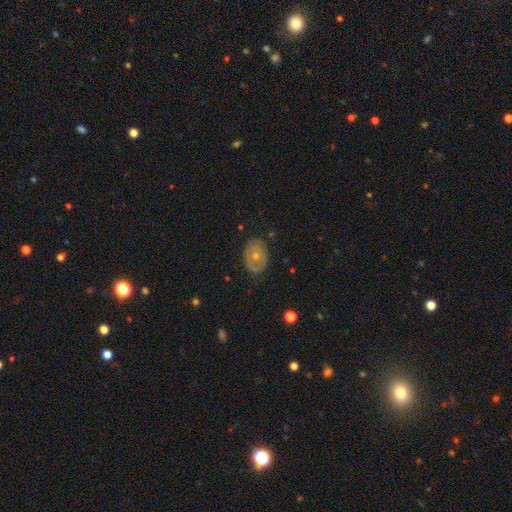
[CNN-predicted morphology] Smooth or featured: featured or disk — 52% (smooth — 39%)
Edge-on disk: no — 93% (yes — 7%)
Merging: none — 78% (minor disturbance — 16%)